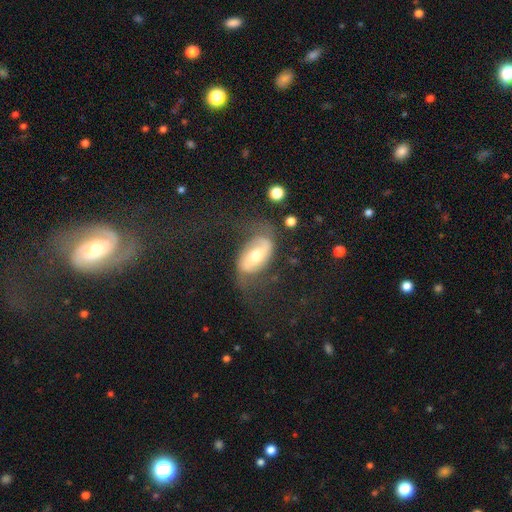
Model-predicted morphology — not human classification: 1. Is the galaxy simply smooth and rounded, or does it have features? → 72% featured or disk, 21% smooth, 8% star or artifact.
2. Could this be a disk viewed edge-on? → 94% no, 6% yes.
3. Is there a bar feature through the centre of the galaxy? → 36% weak, 33% no, 30% strong.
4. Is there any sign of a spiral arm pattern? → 88% yes, 12% no.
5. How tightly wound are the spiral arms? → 49% loose, 36% medium, 15% tight.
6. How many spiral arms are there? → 88% 2, 6% can't tell, 3% 1, 1% 3, 1% 4, 1% more than 4.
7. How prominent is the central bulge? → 67% moderate, 22% small, 9% large, 2% dominant, 1% none.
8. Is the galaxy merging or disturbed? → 56% none, 22% major disturbance, 20% minor disturbance, 2% merger.